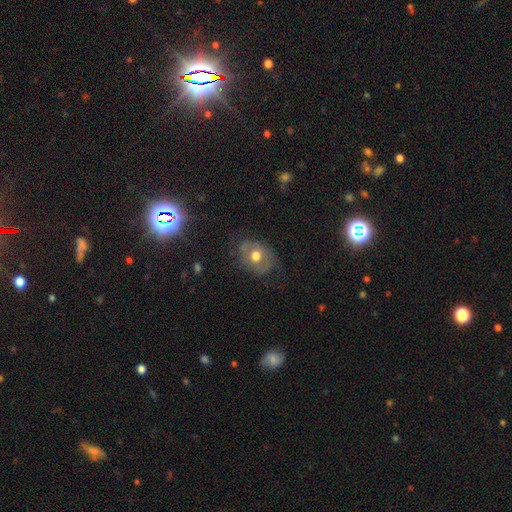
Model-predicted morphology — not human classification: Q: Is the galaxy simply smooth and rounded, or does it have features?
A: smooth — 48%.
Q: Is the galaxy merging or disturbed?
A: none — 62%.